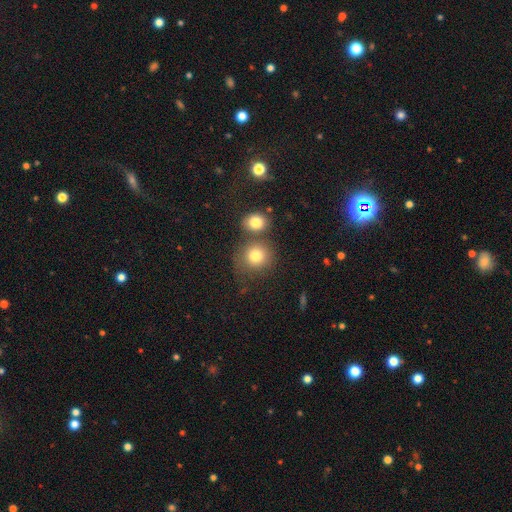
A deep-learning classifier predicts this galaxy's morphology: A smooth galaxy with no disk features (79%) that is round (85%). Merging: none (59%).